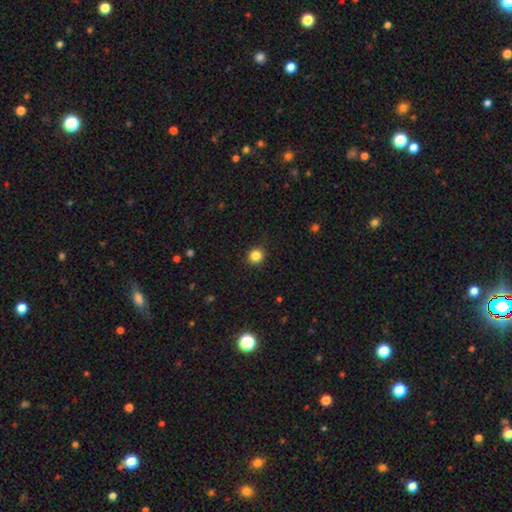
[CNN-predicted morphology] smooth_or_featured: smooth (p=0.84) [alt: star or artifact p=0.12]
how_rounded: round (p=0.90) [alt: in between p=0.09]
merging: none (p=0.91) [alt: minor disturbance p=0.07]